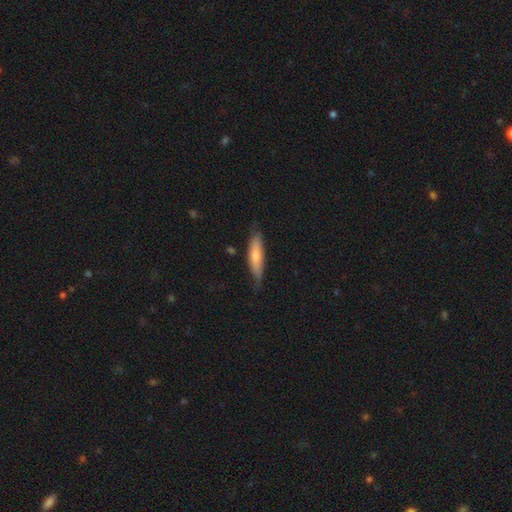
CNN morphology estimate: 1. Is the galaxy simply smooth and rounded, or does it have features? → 69% smooth, 25% featured or disk, 6% star or artifact.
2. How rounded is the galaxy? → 69% cigar-shaped, 29% in between, 2% round.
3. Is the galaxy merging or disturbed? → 64% none, 28% minor disturbance, 6% major disturbance, 2% merger.